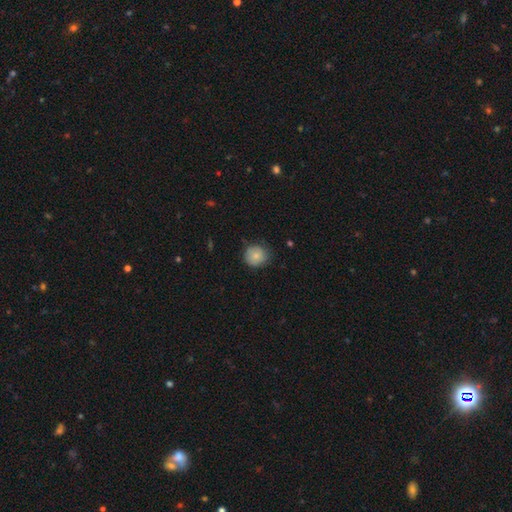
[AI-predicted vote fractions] A smooth galaxy with no disk features (80%) that is round (89%).

Vote fractions:
- Smooth or featured? smooth: 80% / featured or disk: 12% / star or artifact: 8%
- How rounded? round: 89% / in between: 10% / cigar-shaped: 1%
- Merging? none: 76% / minor disturbance: 19% / major disturbance: 4% / merger: 1%